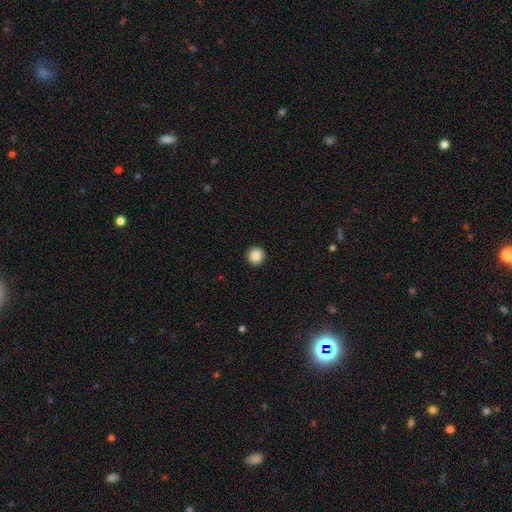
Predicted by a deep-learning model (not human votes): smooth_or_featured: smooth (p=0.89) [alt: star or artifact p=0.09]
how_rounded: round (p=0.94) [alt: in between p=0.05]
merging: none (p=0.93) [alt: minor disturbance p=0.04]